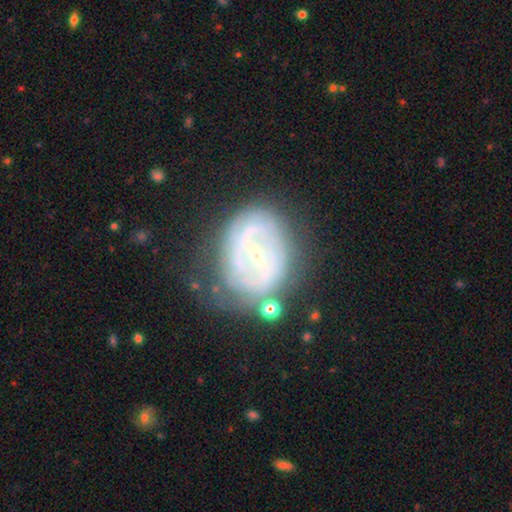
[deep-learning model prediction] A featured or disk galaxy (79%) with a weak bar (42%), 2 (43%) tight (59%) spiral arms (74%) and a small central bulge (69%).

Vote fractions:
- Smooth or featured? featured or disk: 79% / smooth: 14% / star or artifact: 6%
- Edge-on disk? no: 97% / yes: 3%
- Bar? weak: 42% / no: 32% / strong: 25%
- Spiral arms? yes: 74% / no: 26%
- Spiral winding? tight: 59% / medium: 30% / loose: 11%
- Spiral arm count? 2: 43% / can't tell: 38% / 3: 9% / 1: 5% / 4: 3% / more than 4: 3%
- Bulge size? small: 69% / moderate: 28% / large: 1% / none: 1% / dominant: 1%
- Merging? none: 58% / minor disturbance: 24% / major disturbance: 13% / merger: 4%